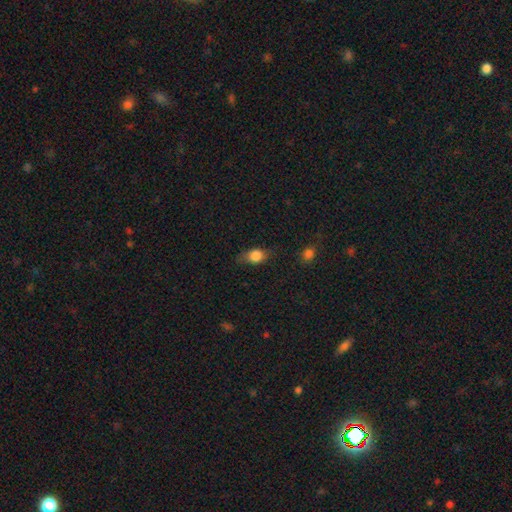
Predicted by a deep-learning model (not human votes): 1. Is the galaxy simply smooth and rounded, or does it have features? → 77% smooth, 13% featured or disk, 10% star or artifact.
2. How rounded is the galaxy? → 60% in between, 35% round, 5% cigar-shaped.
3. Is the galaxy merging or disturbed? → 64% none, 26% minor disturbance, 8% major disturbance, 2% merger.